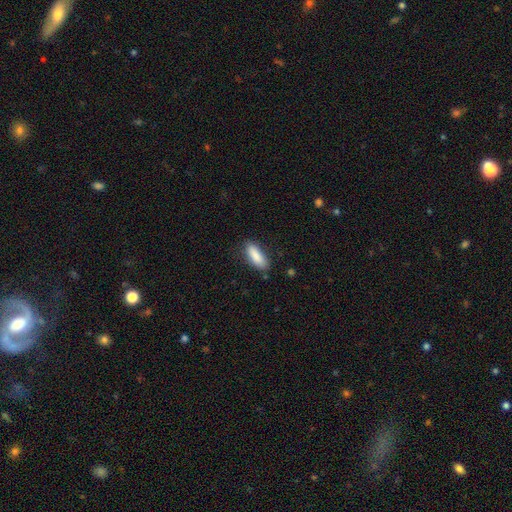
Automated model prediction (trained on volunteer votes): smooth-or-featured: smooth: 87% | featured or disk: 7% | star or artifact: 6%
  how-rounded: in between: 65% | cigar-shaped: 33% | round: 2%
  merging: none: 80% | minor disturbance: 15% | major disturbance: 3% | merger: 2%